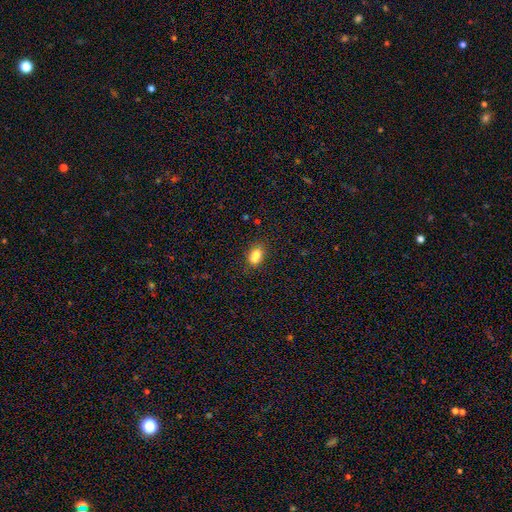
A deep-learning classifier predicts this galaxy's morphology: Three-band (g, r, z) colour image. It shows a smooth galaxy with no disk features (75%) that is in between round and cigar-shaped (68%). Merging: none (47%).